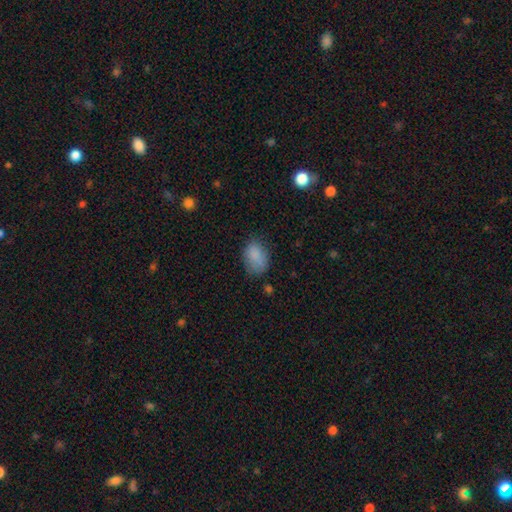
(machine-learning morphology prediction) The model was most divided on "merging": none: 66%, minor disturbance: 25%, major disturbance: 7%, merger: 2%. More confident: smooth or featured — smooth (84%); how rounded — in between (81%).